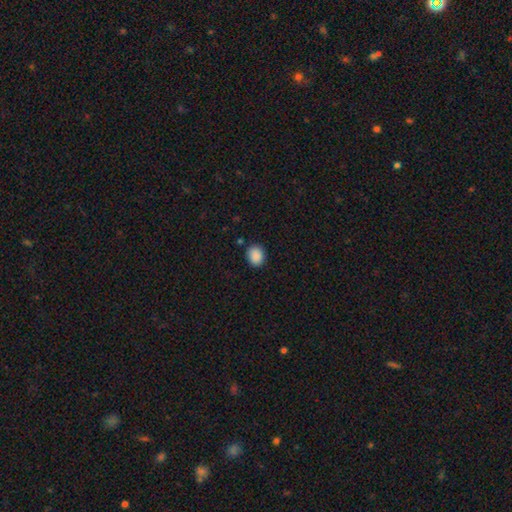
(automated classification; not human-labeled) A smooth galaxy with no disk features (89%) that is round (58%).

Vote fractions:
- Smooth or featured? smooth: 89% / star or artifact: 9% / featured or disk: 3%
- How rounded? round: 58% / in between: 41% / cigar-shaped: 1%
- Merging? none: 87% / minor disturbance: 9% / major disturbance: 2% / merger: 2%